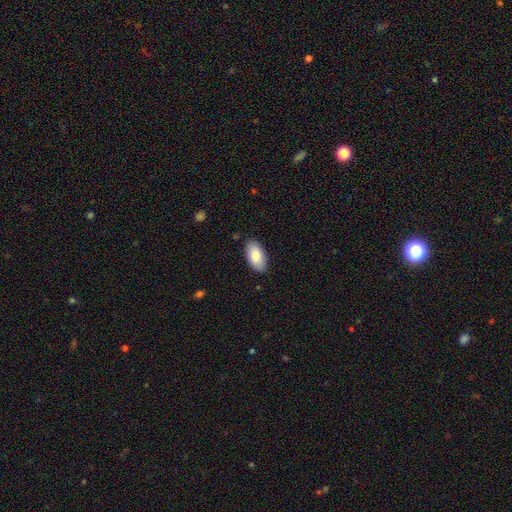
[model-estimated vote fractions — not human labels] Morphology: type=smooth (80%); roundness=in between (95%); merging=none (86%).